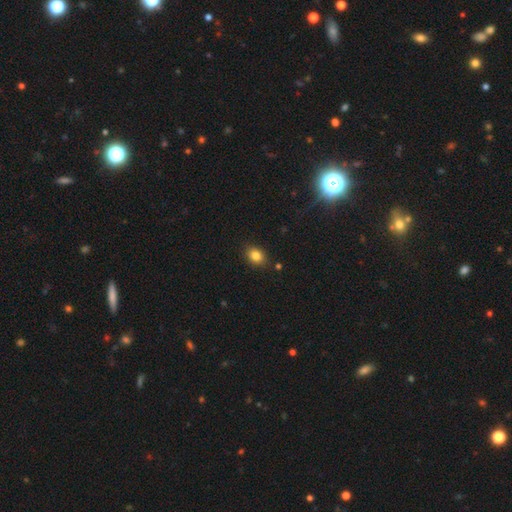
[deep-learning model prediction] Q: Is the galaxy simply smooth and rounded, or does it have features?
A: smooth — 83%.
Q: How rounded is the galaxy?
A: in between — 61%.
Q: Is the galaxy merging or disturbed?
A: none — 86%.